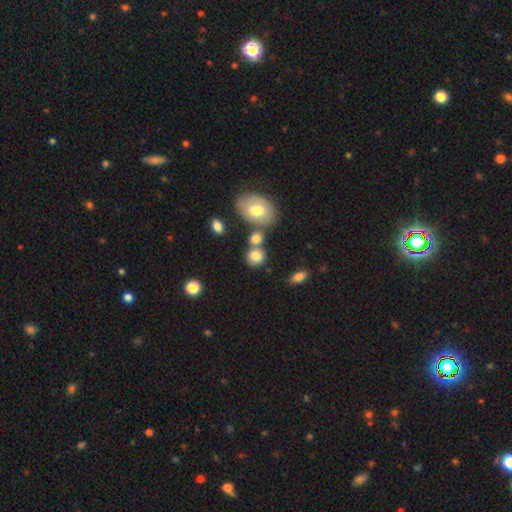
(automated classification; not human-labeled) smooth_or_featured: smooth (p=0.79) [alt: featured or disk p=0.11]
how_rounded: round (p=0.67) [alt: in between p=0.32]
merging: none (p=0.55) [alt: merger p=0.26]